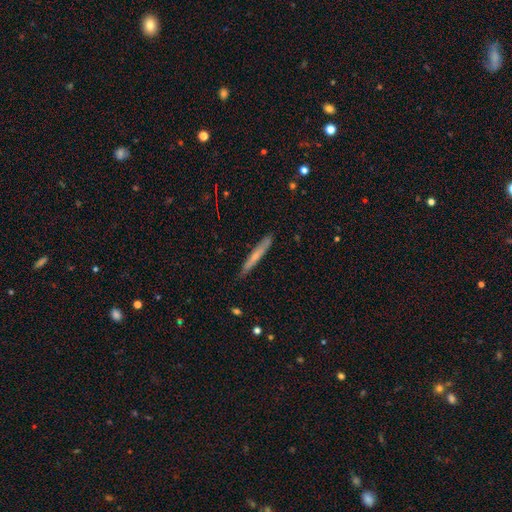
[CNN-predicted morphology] Smooth or featured? Predicted: smooth (p=0.57). How rounded? Predicted: cigar-shaped (p=0.96). Merging? Predicted: none (p=0.86).